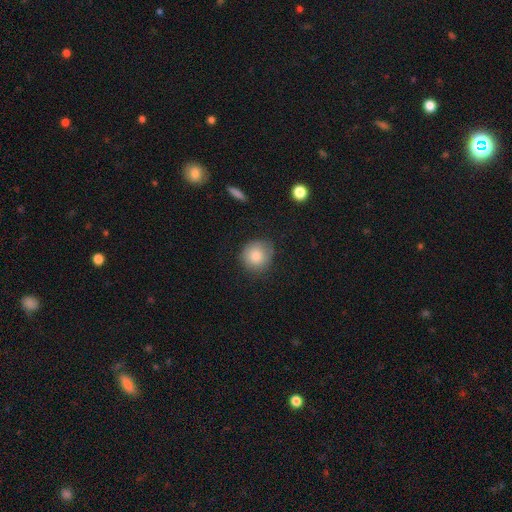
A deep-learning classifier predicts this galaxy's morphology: The model was most divided on "merging": none: 74%, minor disturbance: 20%, major disturbance: 4%, merger: 1%. More confident: how rounded — round (86%); smooth or featured — smooth (82%).